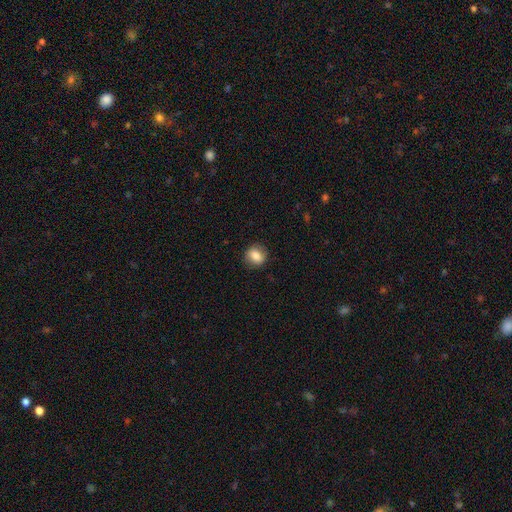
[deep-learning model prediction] Smooth or featured?
  - smooth: 80% *
  - featured or disk: 11%
  - star or artifact: 9%
How rounded?
  - round: 66% *
  - in between: 32%
  - cigar-shaped: 1%
Merging?
  - none: 84% *
  - minor disturbance: 11%
  - major disturbance: 3%
  - merger: 1%